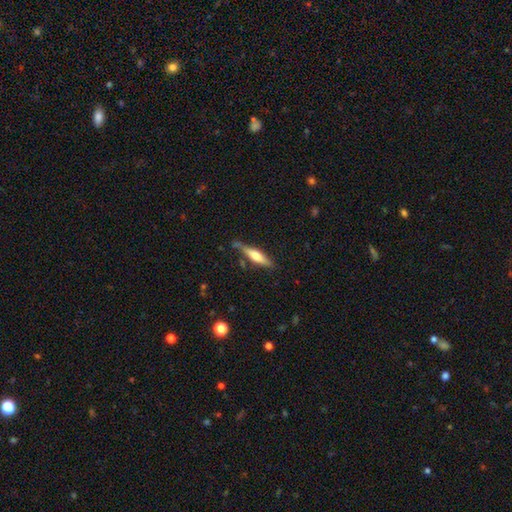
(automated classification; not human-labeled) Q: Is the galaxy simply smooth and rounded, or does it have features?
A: smooth — 48%.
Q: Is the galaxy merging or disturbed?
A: none — 70%.